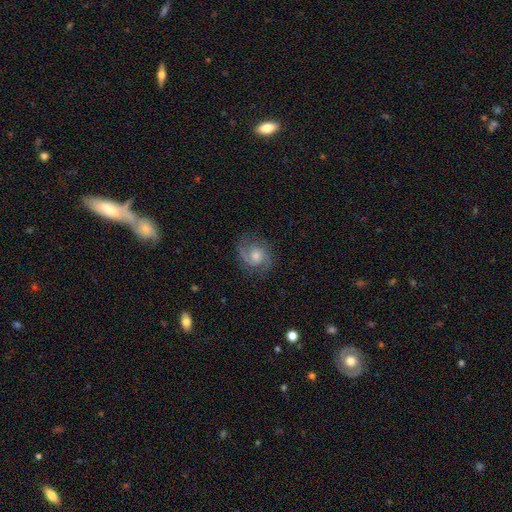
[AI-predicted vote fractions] smooth-or-featured: featured or disk: 79% | smooth: 12% | star or artifact: 8%
  disk-edge-on: no: 98% | yes: 2%
    bar: no: 61% | weak: 34% | strong: 5%
    has-spiral-arms: yes: 96% | no: 4%
      spiral-winding: medium: 52% | tight: 25% | loose: 22%
      spiral-arm-count: 2: 83% | can't tell: 6% | 1: 5% | 3: 3% | 4: 1% | more than 4: 1%
    bulge-size: moderate: 57% | small: 29% | large: 8% | none: 4% | dominant: 1%
  merging: none: 76% | minor disturbance: 15% | major disturbance: 7% | merger: 1%